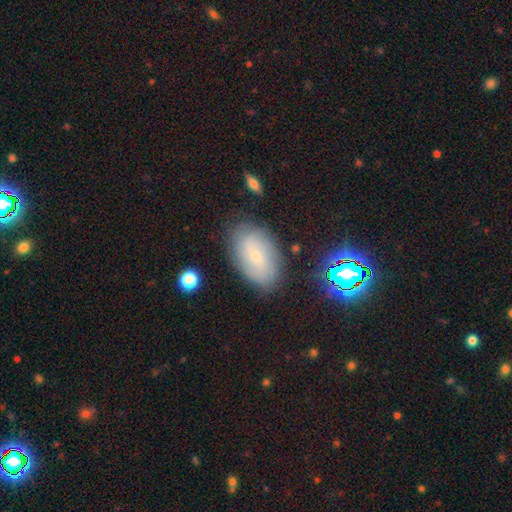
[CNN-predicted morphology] This appears to be a featured or disk galaxy (48%). Merging: none (80%).